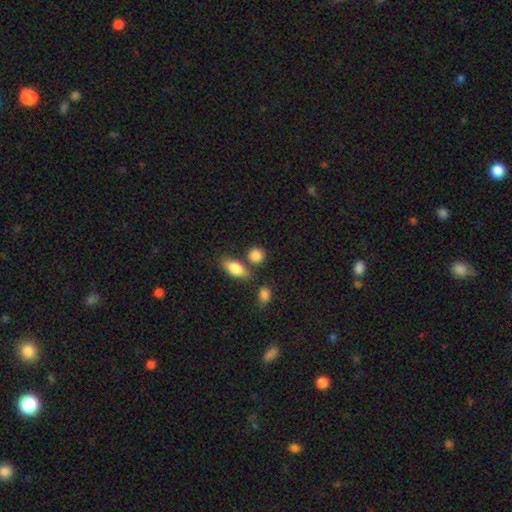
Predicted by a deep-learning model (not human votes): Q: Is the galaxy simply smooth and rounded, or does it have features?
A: smooth — 85%.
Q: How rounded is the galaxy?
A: round — 71%.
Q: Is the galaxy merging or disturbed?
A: none — 70%.